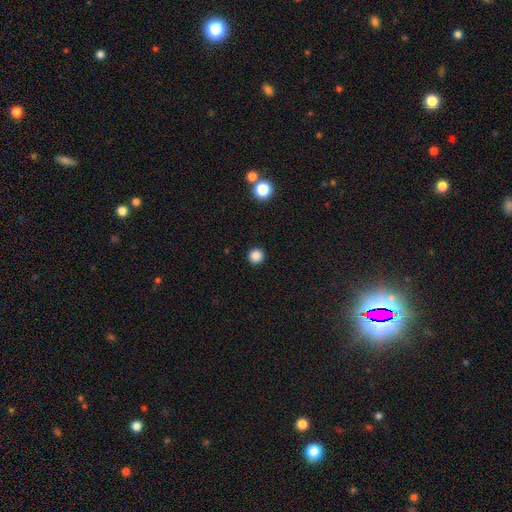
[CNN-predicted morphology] Overall: smooth (86%). How rounded: round (94%). Merging: none (92%).